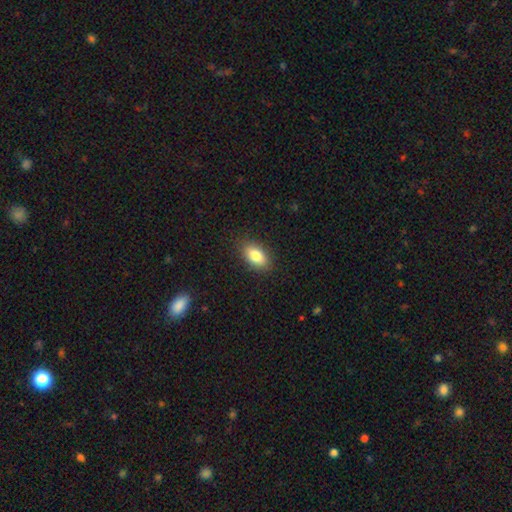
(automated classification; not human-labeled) This is clearly a smooth galaxy (83%). How rounded: clearly in between (91%). Merging: clearly none (88%).